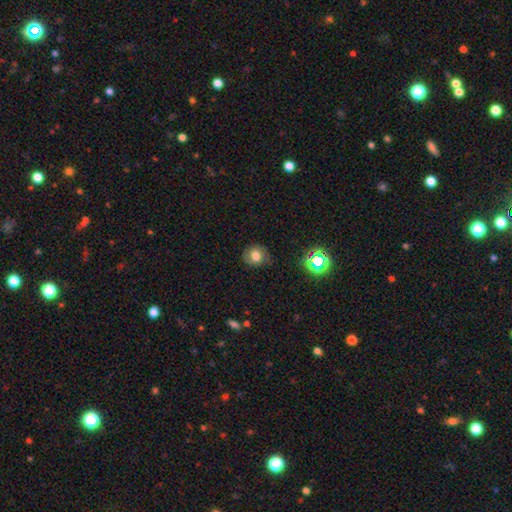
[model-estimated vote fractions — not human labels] Smooth or featured: smooth — 70% (star or artifact — 15%)
How rounded: round — 74% (in between — 25%)
Merging: none — 76% (minor disturbance — 17%)